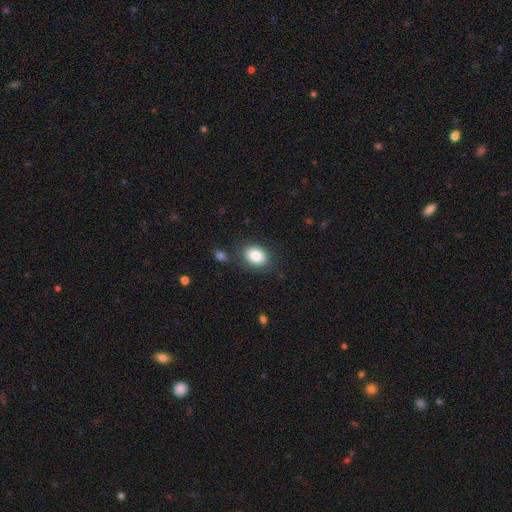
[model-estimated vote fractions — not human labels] Smooth or featured? smooth (85%)
How rounded? in between (68%)
Merging? none (81%)